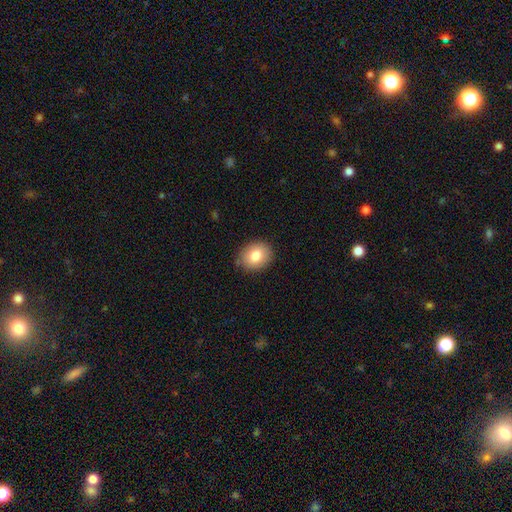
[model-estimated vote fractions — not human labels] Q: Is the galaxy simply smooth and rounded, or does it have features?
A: smooth — 81%.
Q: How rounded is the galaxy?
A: round — 51%.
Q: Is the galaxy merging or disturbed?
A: none — 85%.